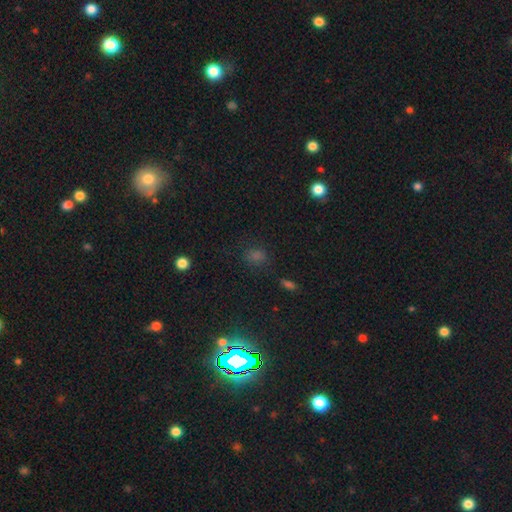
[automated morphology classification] A star or artifact, not a galaxy (46%).